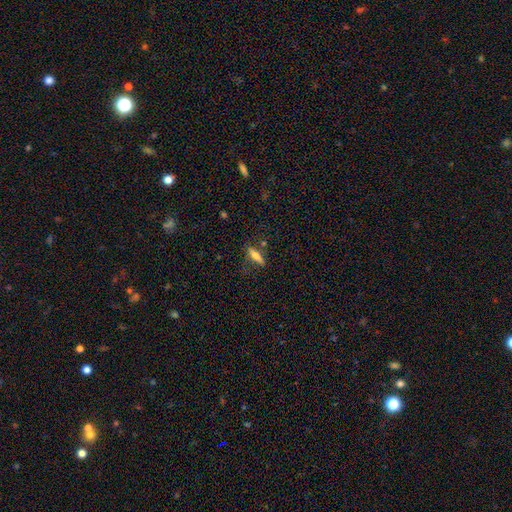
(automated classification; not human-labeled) smooth-or-featured: smooth: 56% | featured or disk: 36% | star or artifact: 8%
  how-rounded: cigar-shaped: 70% | in between: 27% | round: 3%
  merging: none: 74% | minor disturbance: 16% | major disturbance: 5% | merger: 4%